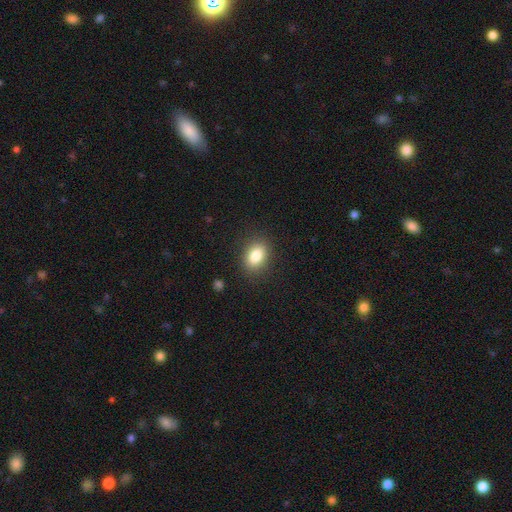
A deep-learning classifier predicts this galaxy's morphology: type=smooth (83%); roundness=in between (74%); merging=none (86%).